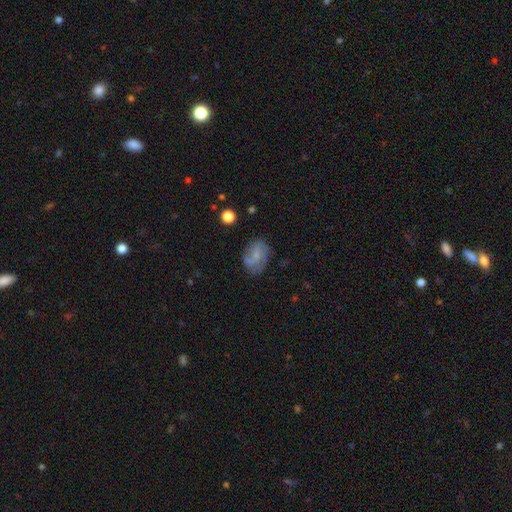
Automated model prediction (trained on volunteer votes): Morphology: type=featured or disk (46%); merging=none (61%).